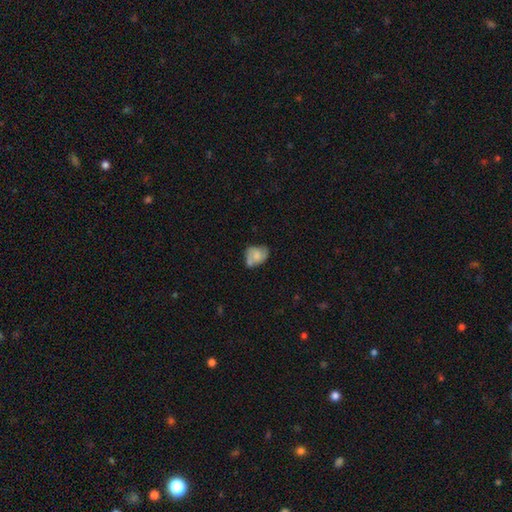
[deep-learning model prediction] Overall: smooth (46%; featured or disk 45%). Merging: none (46%; minor disturbance 29%).